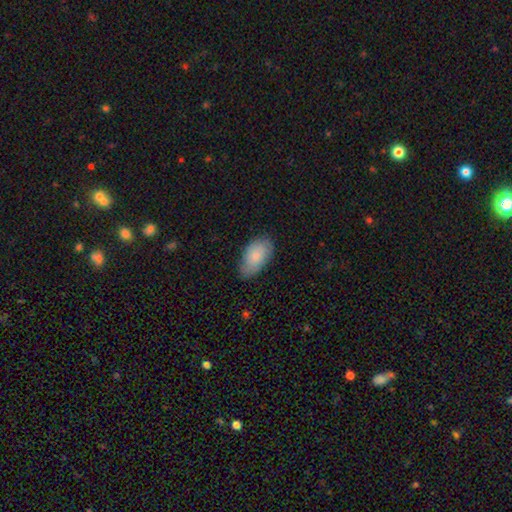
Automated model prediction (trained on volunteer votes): Smooth or featured? Predicted: smooth (p=0.81). How rounded? Predicted: in between (p=0.94). Merging? Predicted: none (p=0.72).